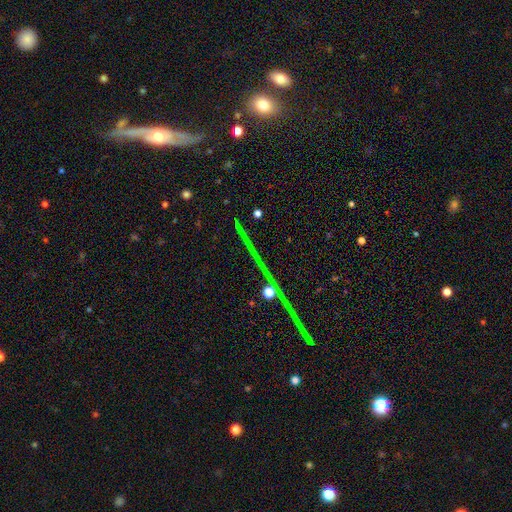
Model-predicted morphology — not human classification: Smooth or featured: star or artifact — 56% (featured or disk — 32%)